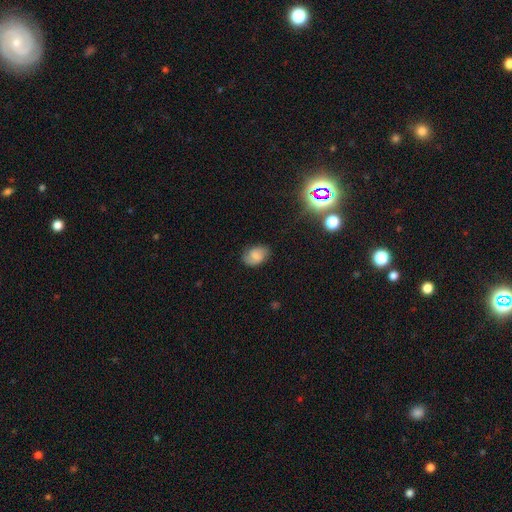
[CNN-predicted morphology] smooth_or_featured: smooth (p=0.67) [alt: featured or disk p=0.22]
how_rounded: in between (p=0.84) [alt: round p=0.15]
merging: none (p=0.75) [alt: minor disturbance p=0.19]